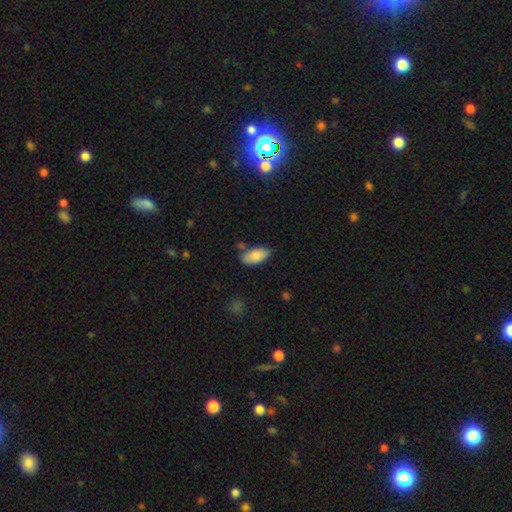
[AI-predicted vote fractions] Smooth or featured?
  - smooth: 86% *
  - featured or disk: 7%
  - star or artifact: 6%
How rounded?
  - in between: 92% *
  - cigar-shaped: 6%
  - round: 2%
Merging?
  - none: 72% *
  - minor disturbance: 17%
  - merger: 7%
  - major disturbance: 4%